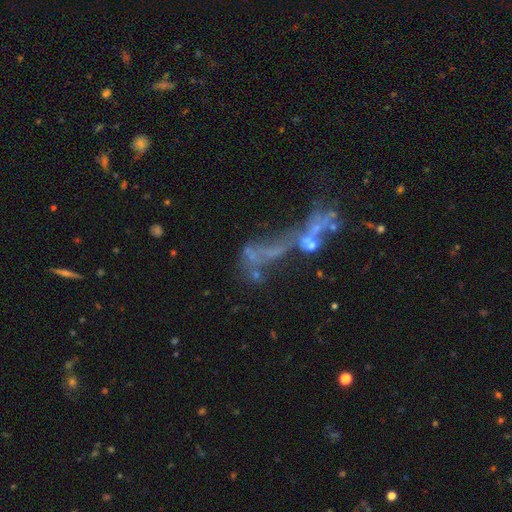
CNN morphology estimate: This appears to be a featured or disk galaxy (50%). Merging: merger (50%).